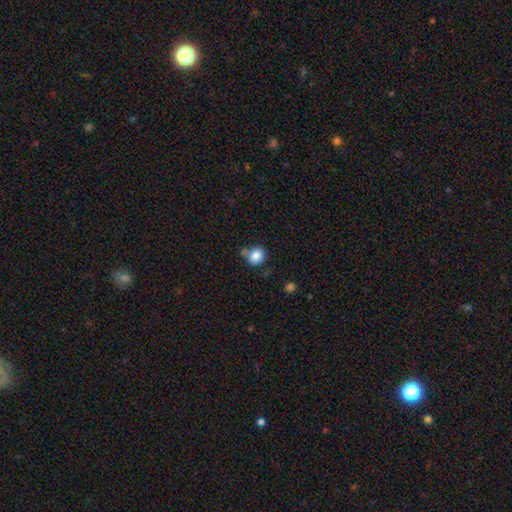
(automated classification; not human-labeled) A smooth galaxy with no disk features (84%) that is round (66%).

Vote fractions:
- Smooth or featured? smooth: 84% / star or artifact: 10% / featured or disk: 6%
- How rounded? round: 66% / in between: 33% / cigar-shaped: 1%
- Merging? none: 60% / minor disturbance: 18% / merger: 16% / major disturbance: 6%